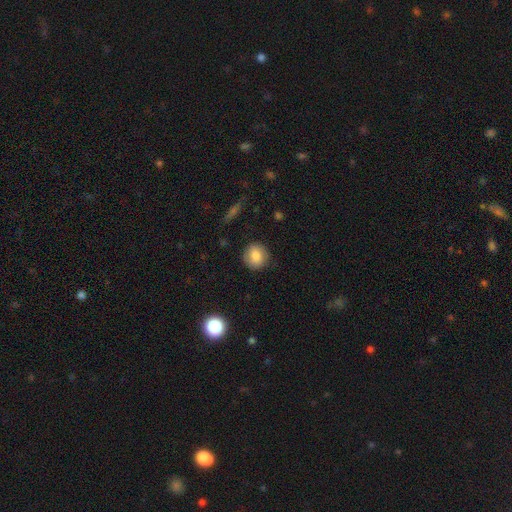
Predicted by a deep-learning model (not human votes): Overall: smooth (80%). How rounded: round (85%). Merging: none (86%).